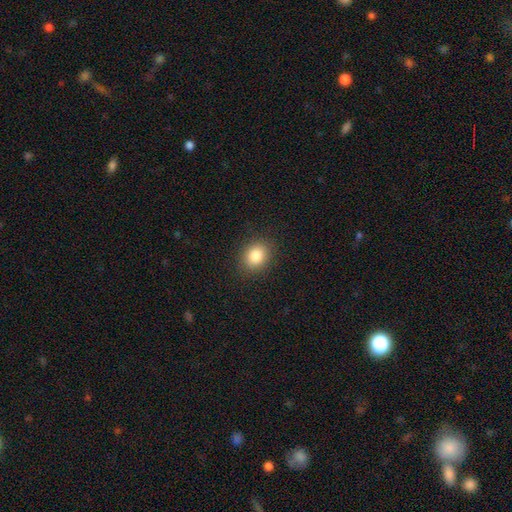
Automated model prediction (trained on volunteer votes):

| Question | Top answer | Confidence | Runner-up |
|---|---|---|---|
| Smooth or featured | smooth | 84% | star or artifact (10%) |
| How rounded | round | 56% | in between (43%) |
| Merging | none | 89% | minor disturbance (8%) |